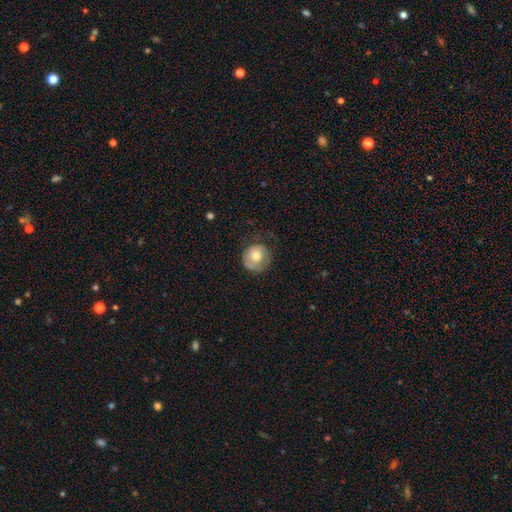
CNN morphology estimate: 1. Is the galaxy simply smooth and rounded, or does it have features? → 67% smooth, 26% featured or disk, 7% star or artifact.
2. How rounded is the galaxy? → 89% round, 10% in between, 1% cigar-shaped.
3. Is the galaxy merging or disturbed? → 58% none, 26% minor disturbance, 15% major disturbance, 1% merger.